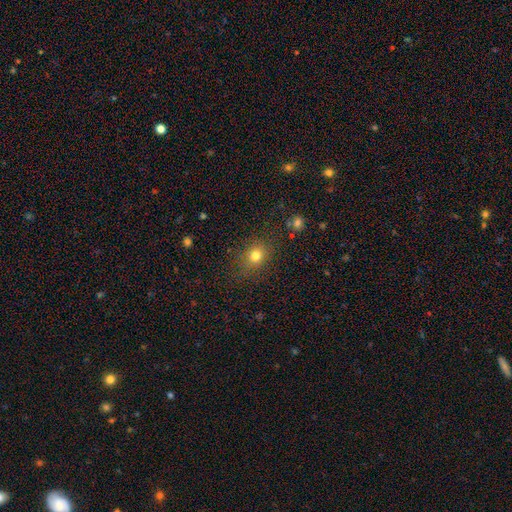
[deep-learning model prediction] This appears to be a smooth galaxy with no disk features (78%) that is round (62%). Merging: none (83%).